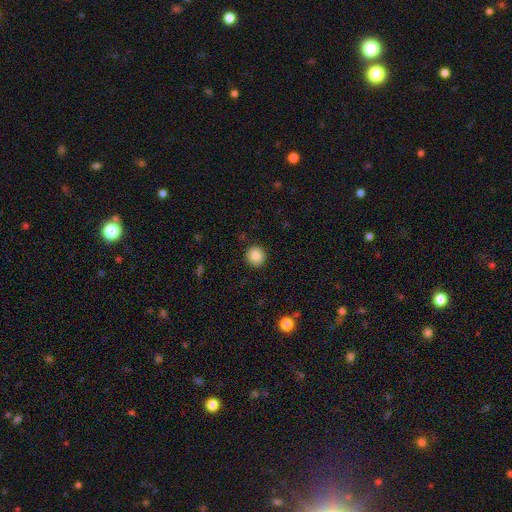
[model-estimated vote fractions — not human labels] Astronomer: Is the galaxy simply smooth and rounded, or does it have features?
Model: smooth — 87%.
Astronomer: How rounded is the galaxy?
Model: round — 94%.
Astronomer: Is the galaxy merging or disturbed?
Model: none — 92%.